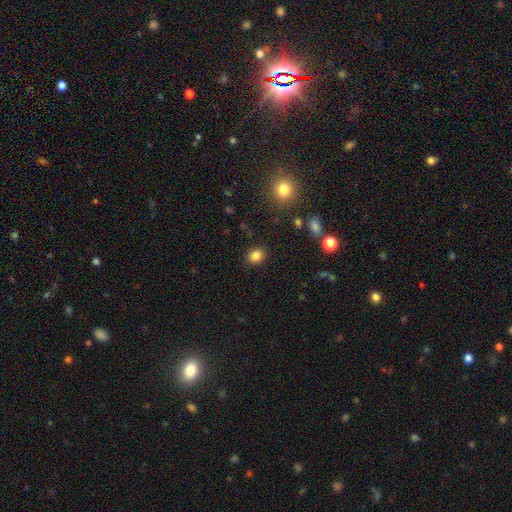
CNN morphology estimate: A smooth galaxy with no disk features (84%) that is round (62%). Merging: none (89%).